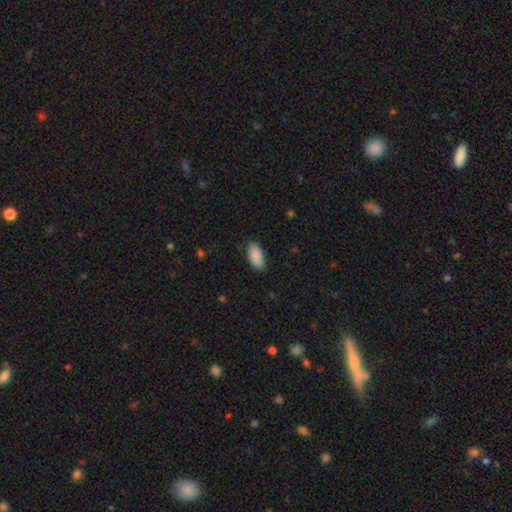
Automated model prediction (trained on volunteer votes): A smooth galaxy with no disk features (89%) that is in between round and cigar-shaped (92%).

Vote fractions:
- Smooth or featured? smooth: 89% / star or artifact: 6% / featured or disk: 5%
- How rounded? in between: 92% / cigar-shaped: 6% / round: 2%
- Merging? none: 82% / minor disturbance: 14% / major disturbance: 3% / merger: 1%